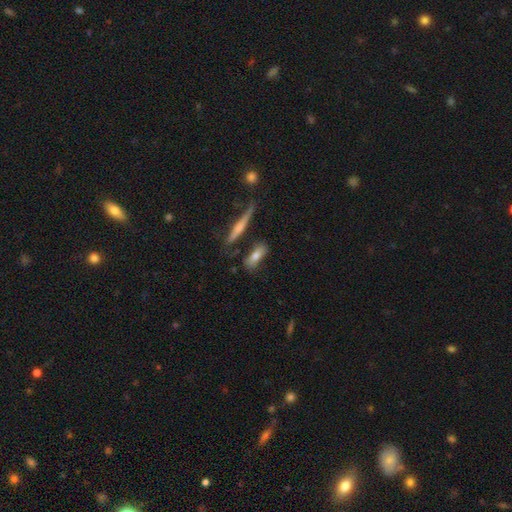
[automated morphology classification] Overall: smooth (66%; featured or disk 26%). How rounded: in between (57%; cigar-shaped 39%). Merging: none (67%).